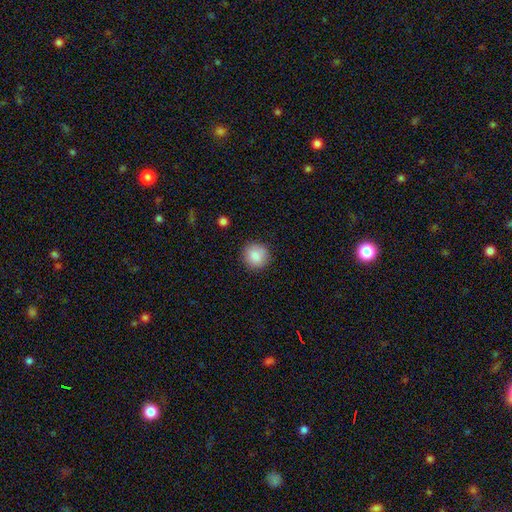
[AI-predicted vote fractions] Smooth or featured: smooth — 88% (star or artifact — 8%)
How rounded: round — 92% (in between — 7%)
Merging: none — 89% (minor disturbance — 8%)